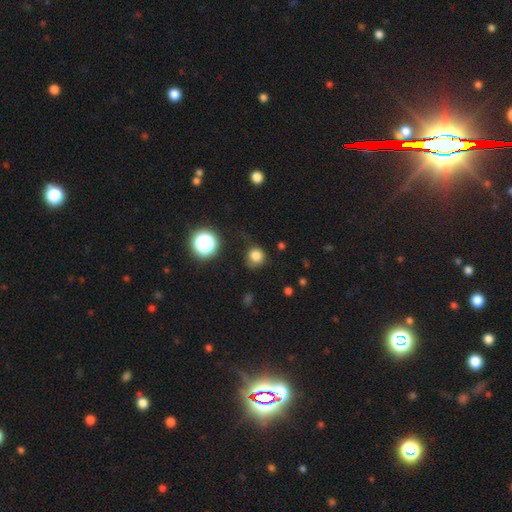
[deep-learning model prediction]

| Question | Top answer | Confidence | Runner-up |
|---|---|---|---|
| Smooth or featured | smooth | 79% | star or artifact (14%) |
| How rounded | round | 88% | in between (11%) |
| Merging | none | 65% | minor disturbance (23%) |